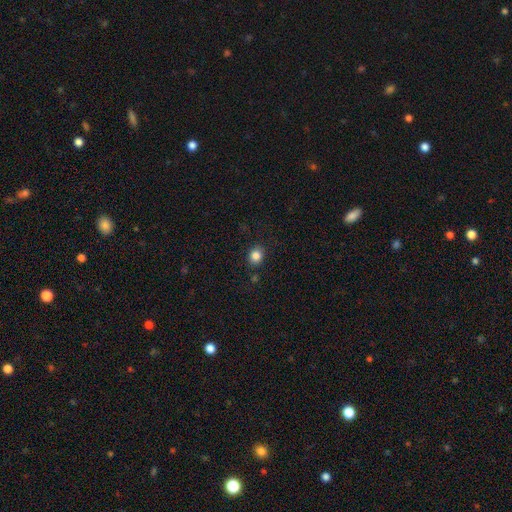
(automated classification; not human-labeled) Smooth or featured? Predicted: smooth (p=0.84). How rounded? Predicted: round (p=0.66). Merging? Predicted: none (p=0.86).